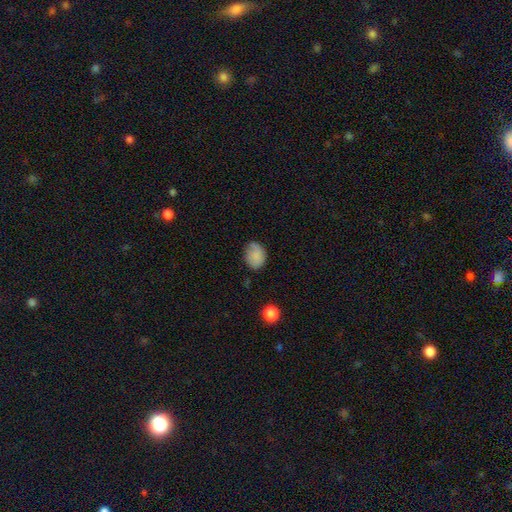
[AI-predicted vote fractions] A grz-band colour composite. It shows a smooth galaxy with no disk features (82%) that is in between round and cigar-shaped (58%). Merging: none (63%).